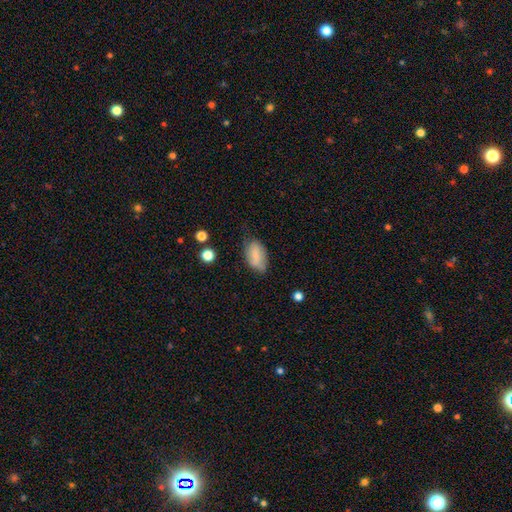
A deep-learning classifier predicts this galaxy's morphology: Q: Smooth or featured?
A: smooth (79%); runner-up: featured or disk (13%)
Q: How rounded?
A: in between (93%); runner-up: round (4%)
Q: Merging?
A: none (62%); runner-up: minor disturbance (29%)